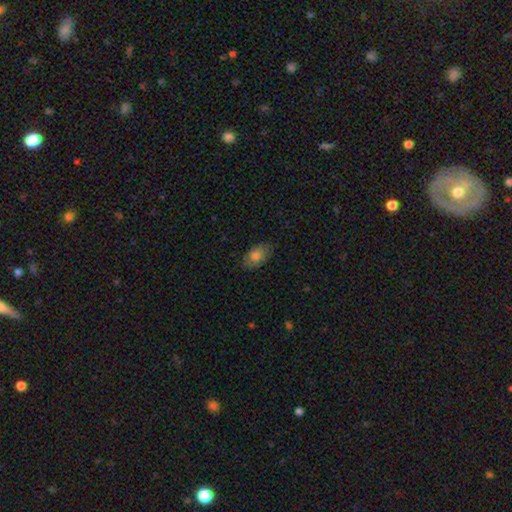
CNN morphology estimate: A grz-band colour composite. It shows a smooth galaxy with no disk features (81%) that is in between round and cigar-shaped (90%). Merging: none (79%).